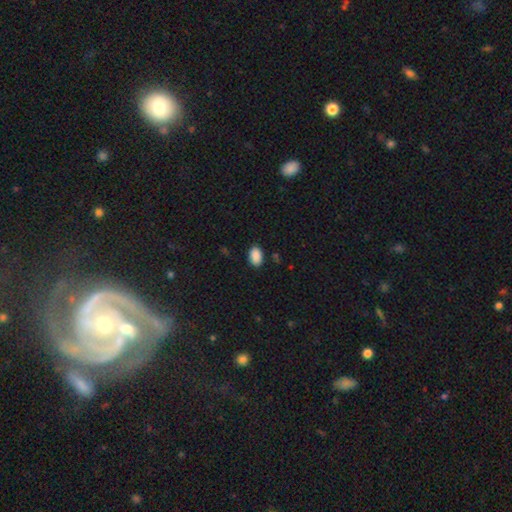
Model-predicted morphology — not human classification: Q: Smooth or featured?
A: smooth (90%); runner-up: star or artifact (8%)
Q: How rounded?
A: in between (90%); runner-up: round (9%)
Q: Merging?
A: none (87%); runner-up: minor disturbance (10%)